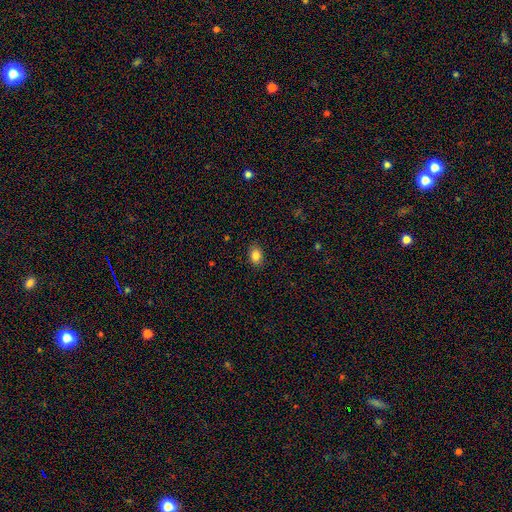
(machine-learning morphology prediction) Overall: smooth (85%). How rounded: in between (76%). Merging: none (87%).